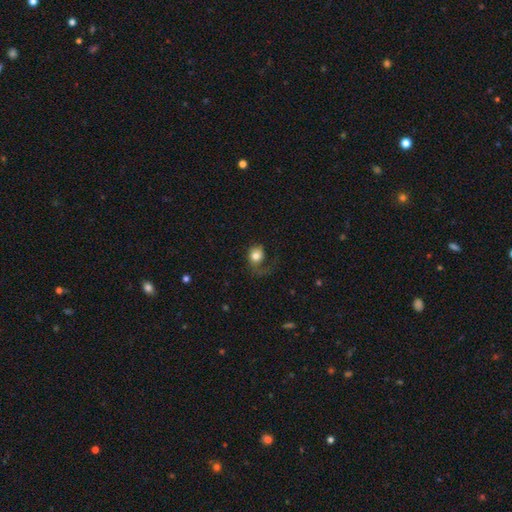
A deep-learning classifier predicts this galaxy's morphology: The model was most divided on "merging": major disturbance: 45%, none: 33%, minor disturbance: 19%, merger: 3%. More confident: smooth or featured — smooth (67%); how rounded — round (59%).